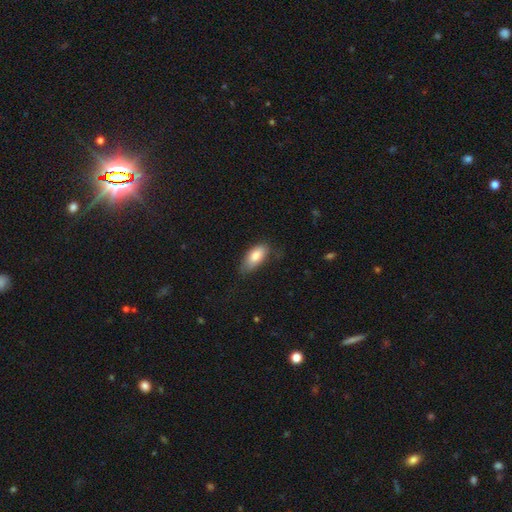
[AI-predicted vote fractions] A smooth galaxy with no disk features (81%) that is in between round and cigar-shaped (88%).

Vote fractions:
- Smooth or featured? smooth: 81% / featured or disk: 12% / star or artifact: 6%
- How rounded? in between: 88% / cigar-shaped: 9% / round: 2%
- Merging? none: 67% / minor disturbance: 26% / major disturbance: 6% / merger: 1%